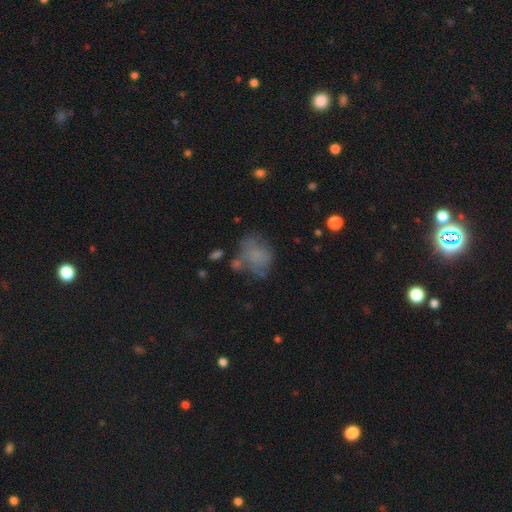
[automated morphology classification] type=smooth (63%); roundness=in between (51%); merging=none (47%).